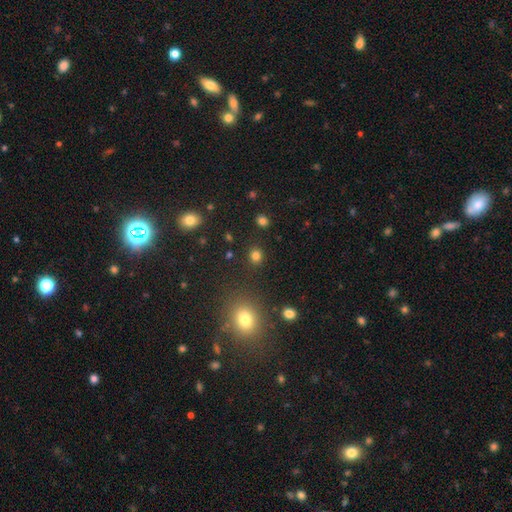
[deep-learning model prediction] Smooth or featured: smooth — 81% (star or artifact — 14%)
How rounded: round — 80% (in between — 19%)
Merging: none — 88% (minor disturbance — 7%)